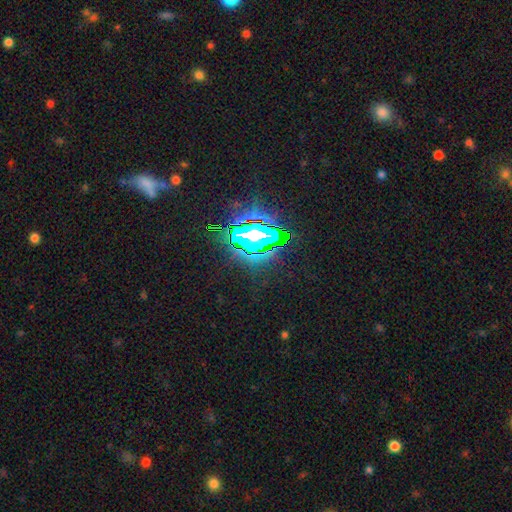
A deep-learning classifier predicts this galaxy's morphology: star or artifact 71%, featured or disk 15%, smooth 14%.